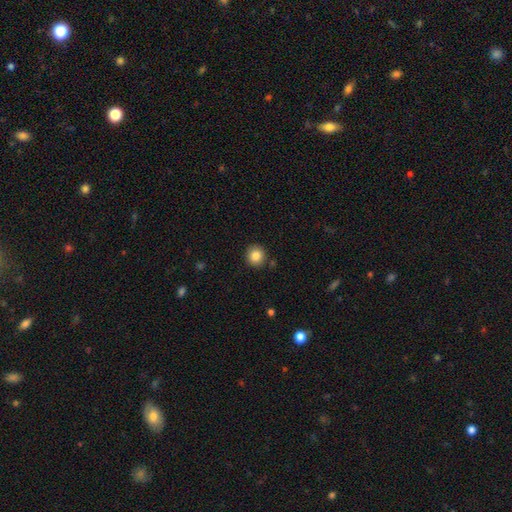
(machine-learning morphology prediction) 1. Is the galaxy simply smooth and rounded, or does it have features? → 85% smooth, 10% star or artifact, 5% featured or disk.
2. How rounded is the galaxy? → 92% round, 7% in between, 1% cigar-shaped.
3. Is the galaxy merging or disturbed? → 90% none, 7% minor disturbance, 2% merger, 2% major disturbance.